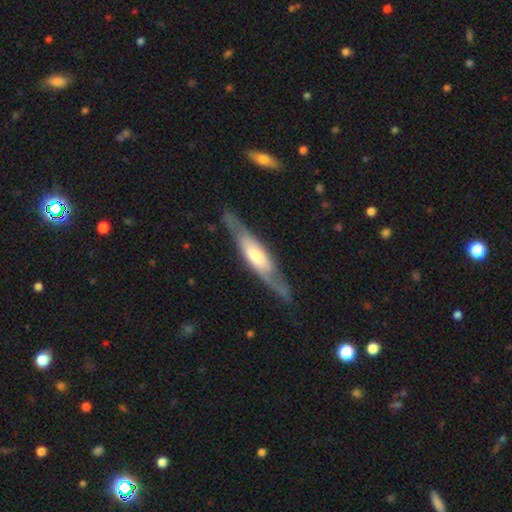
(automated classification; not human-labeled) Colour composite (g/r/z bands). It shows a featured or disk galaxy (66%) viewed edge-on (61%). Merging: none (75%).